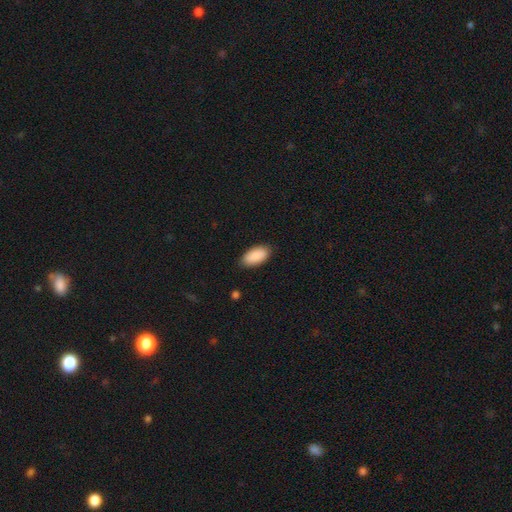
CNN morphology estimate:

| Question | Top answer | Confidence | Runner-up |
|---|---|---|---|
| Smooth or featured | smooth | 91% | star or artifact (6%) |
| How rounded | in between | 94% | cigar-shaped (4%) |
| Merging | none | 85% | minor disturbance (11%) |